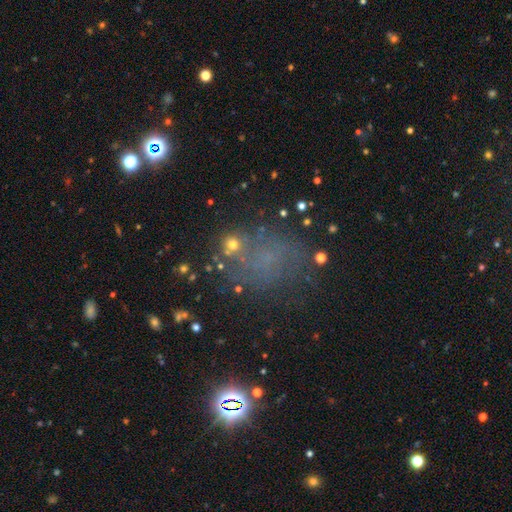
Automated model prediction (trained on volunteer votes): A star or artifact, not a galaxy (45%).